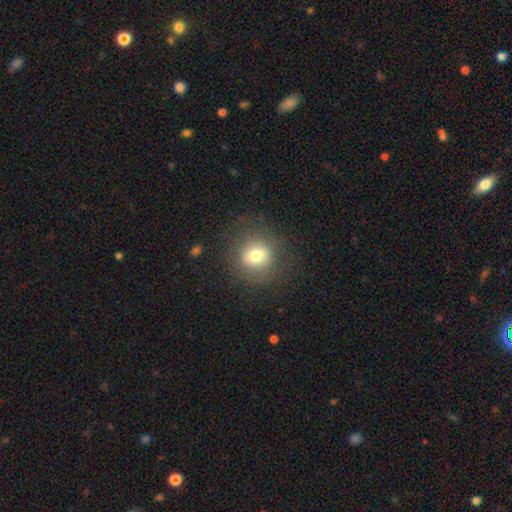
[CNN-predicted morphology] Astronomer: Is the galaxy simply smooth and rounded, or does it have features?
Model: smooth — 69%.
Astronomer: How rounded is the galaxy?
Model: round — 90%.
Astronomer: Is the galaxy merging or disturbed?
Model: none — 80%.